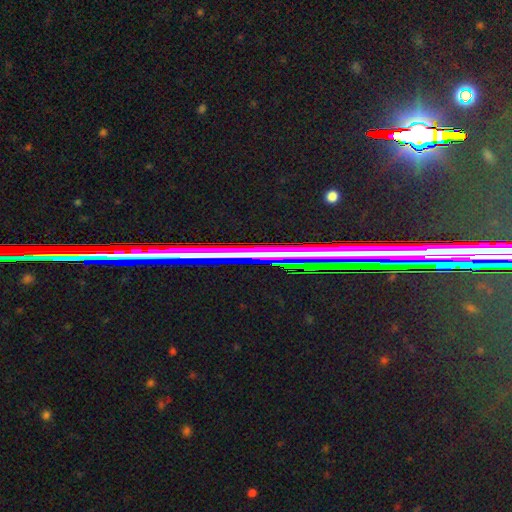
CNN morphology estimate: This is likely a star or artifact rather than a galaxy (68%).